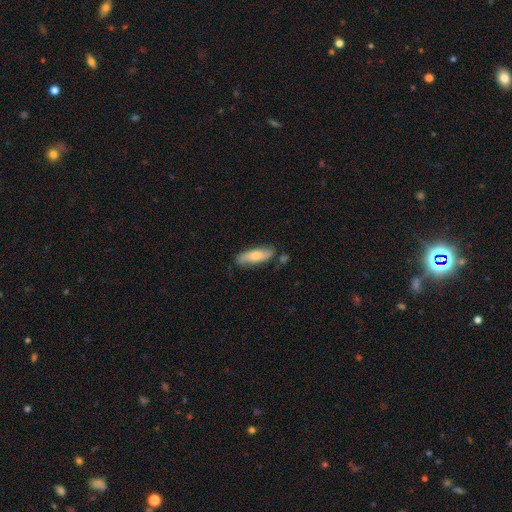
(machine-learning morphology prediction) type=smooth (66%); roundness=in between (57%); merging=none (73%).